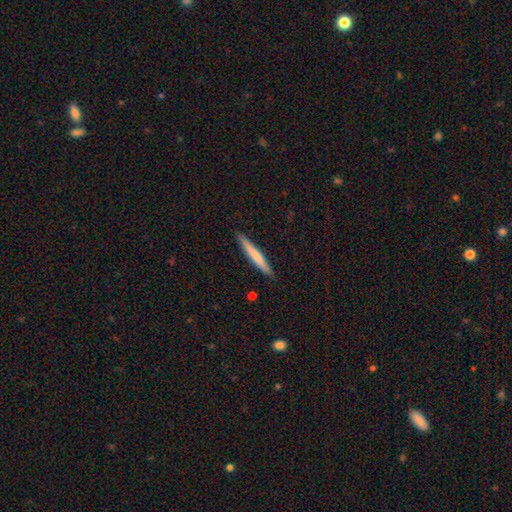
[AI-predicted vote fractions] Smooth or featured? smooth (68%)
How rounded? cigar-shaped (96%)
Merging? none (89%)